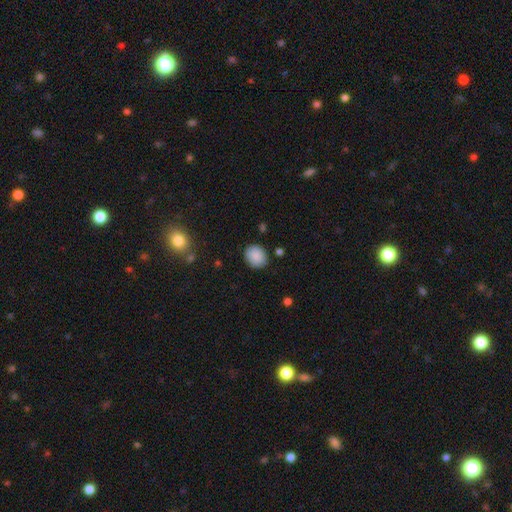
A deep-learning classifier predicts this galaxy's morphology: A smooth galaxy with no disk features (89%) that is round (67%). Merging: none (86%).